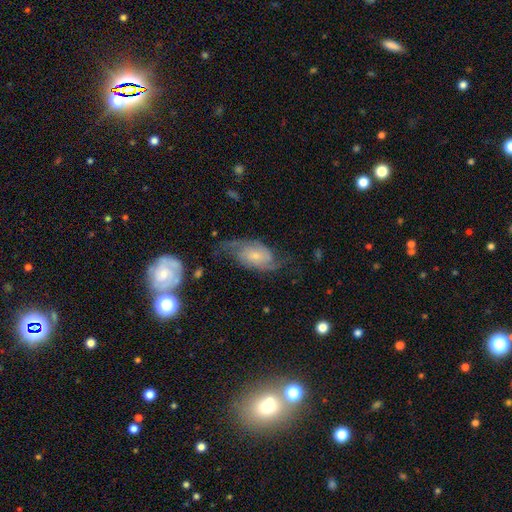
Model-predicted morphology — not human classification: Smooth or featured: featured or disk — 76% (smooth — 17%)
Edge-on disk: no — 95% (yes — 5%)
Bar: no — 57% (weak — 35%)
Spiral arms: yes — 94% (no — 6%)
Spiral winding: medium — 43% (loose — 36%)
Spiral arm count: 2 — 82% (can't tell — 8%)
Bulge size: small — 54% (moderate — 30%)
Merging: none — 55% (minor disturbance — 22%)